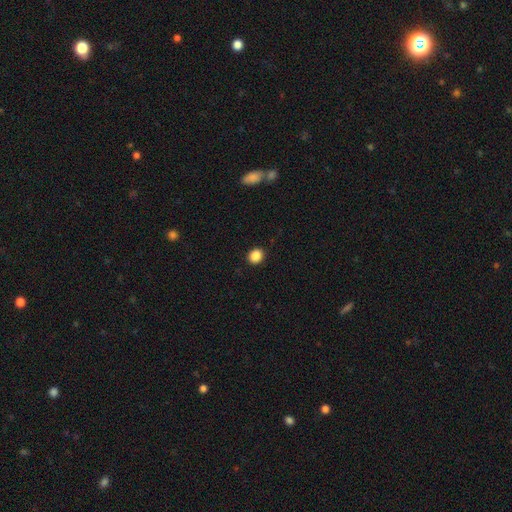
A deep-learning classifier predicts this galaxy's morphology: smooth_or_featured: smooth (p=0.88) [alt: star or artifact p=0.09]
how_rounded: round (p=0.71) [alt: in between p=0.28]
merging: none (p=0.90) [alt: minor disturbance p=0.07]